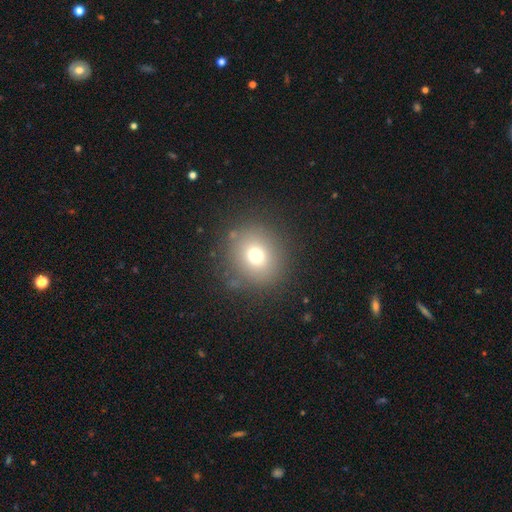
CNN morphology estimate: Smooth or featured? smooth (72%)
How rounded? round (86%)
Merging? none (84%)